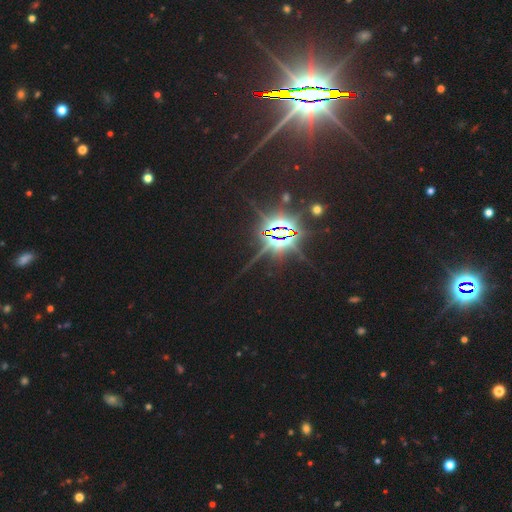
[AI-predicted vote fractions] Smooth or featured: star or artifact — 85% (featured or disk — 8%)